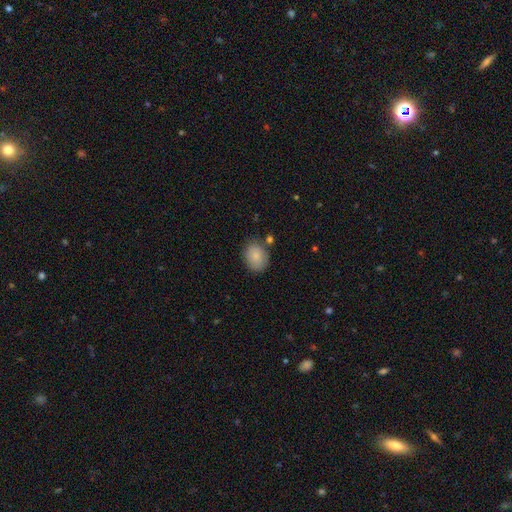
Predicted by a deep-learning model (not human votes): Smooth or featured? Predicted: smooth (p=0.85). How rounded? Predicted: in between (p=0.51). Merging? Predicted: none (p=0.76).